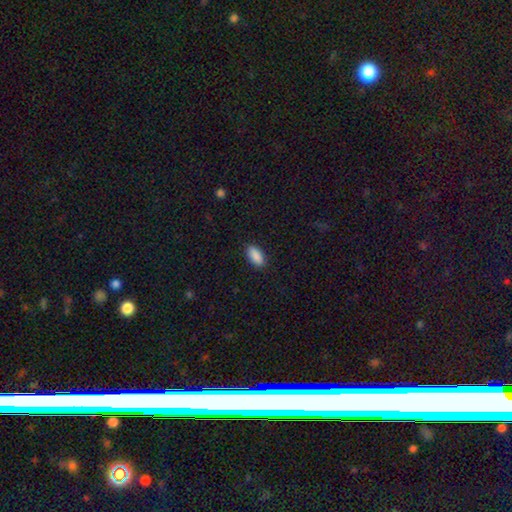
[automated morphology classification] Smooth or featured: smooth — 90% (star or artifact — 6%)
How rounded: in between — 90% (cigar-shaped — 8%)
Merging: none — 89% (minor disturbance — 8%)